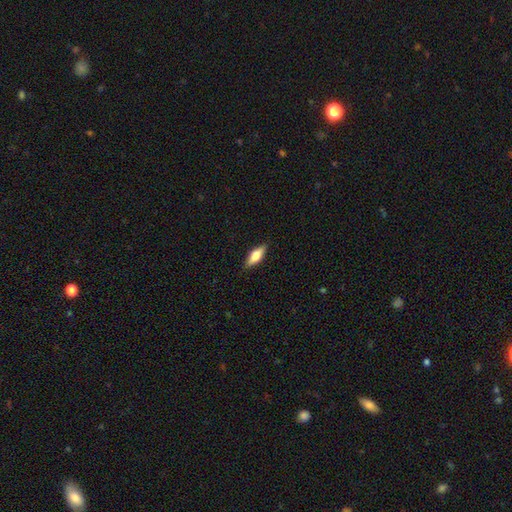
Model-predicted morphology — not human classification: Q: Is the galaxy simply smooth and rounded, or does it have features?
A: smooth — 62%.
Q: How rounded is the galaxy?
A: in between — 62%.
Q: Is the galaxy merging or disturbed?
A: none — 87%.